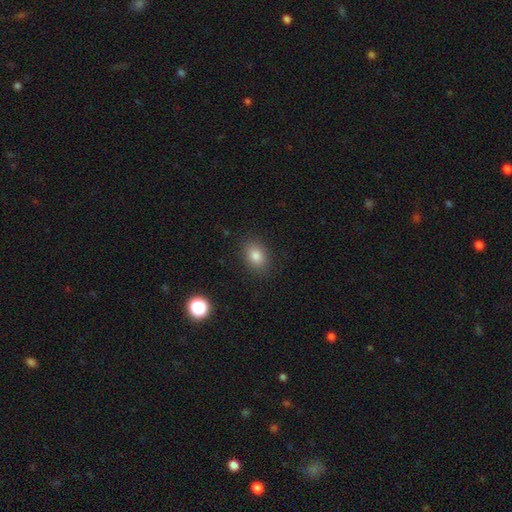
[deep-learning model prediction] smooth 82%, star or artifact 11%, featured or disk 7%. Down the decision tree: how rounded — in between (70%); merging — none (87%).